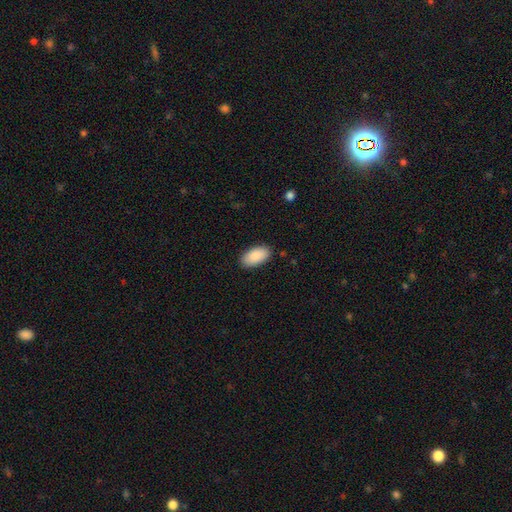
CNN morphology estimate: A smooth galaxy with no disk features (90%) that is in between round and cigar-shaped (95%). Merging: none (88%).